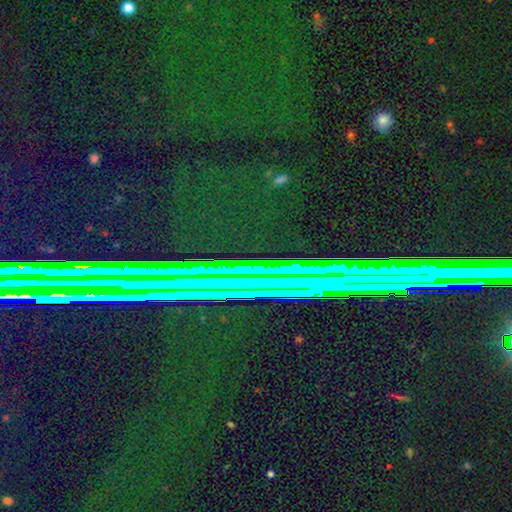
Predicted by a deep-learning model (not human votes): Morphology: type=star or artifact (83%).